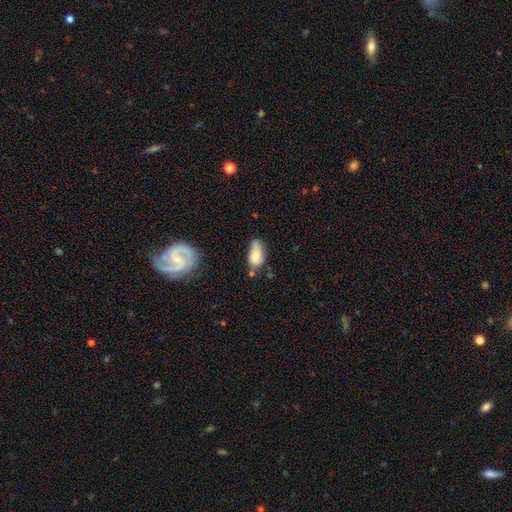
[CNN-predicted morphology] Q: Smooth or featured?
A: smooth (79%); runner-up: featured or disk (13%)
Q: How rounded?
A: in between (91%); runner-up: cigar-shaped (5%)
Q: Merging?
A: none (42%); runner-up: minor disturbance (37%)